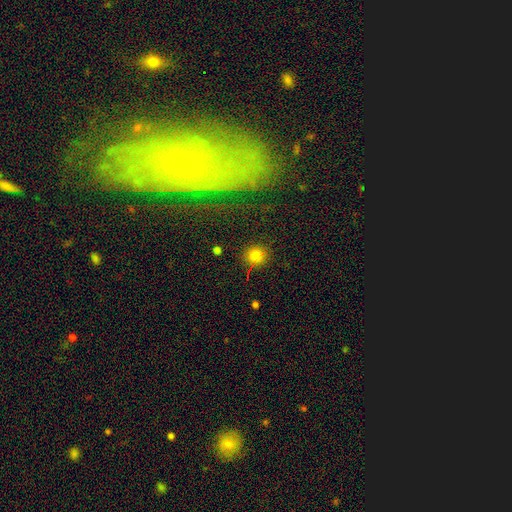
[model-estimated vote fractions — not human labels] smooth 79%, star or artifact 15%, featured or disk 6%. Down the decision tree: how rounded — round (89%); merging — none (85%).